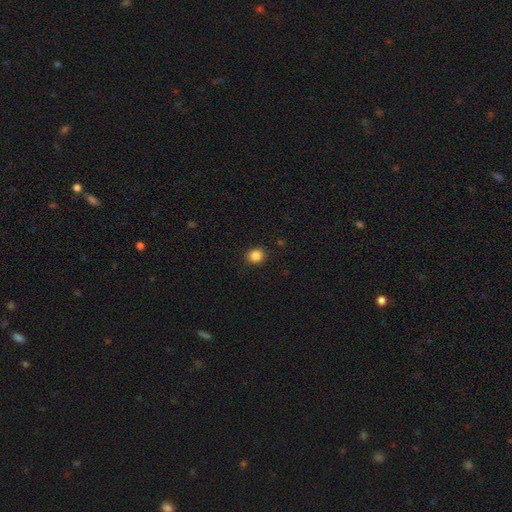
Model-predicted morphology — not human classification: Smooth or featured: smooth — 86% (star or artifact — 11%)
How rounded: round — 82% (in between — 17%)
Merging: none — 91% (minor disturbance — 6%)